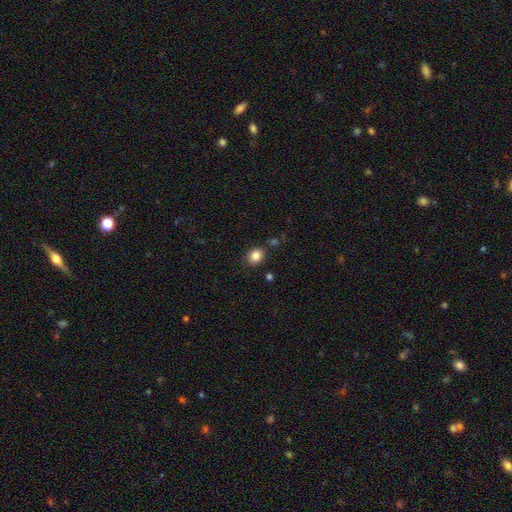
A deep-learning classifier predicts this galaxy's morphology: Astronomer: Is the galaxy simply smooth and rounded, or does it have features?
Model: smooth — 85%.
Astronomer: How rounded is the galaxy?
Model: round — 57% (runner-up: in between, 42%).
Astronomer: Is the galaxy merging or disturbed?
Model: none — 81%.